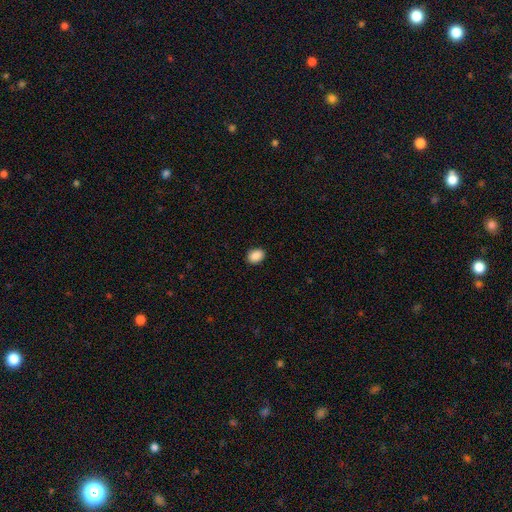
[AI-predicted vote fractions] This is clearly a smooth galaxy (90%). How rounded: likely in between (64%). Merging: clearly none (90%).